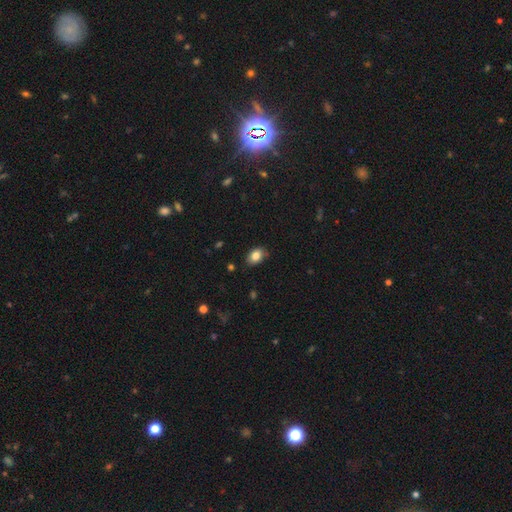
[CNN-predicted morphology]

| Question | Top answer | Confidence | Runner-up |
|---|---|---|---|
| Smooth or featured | smooth | 84% | star or artifact (9%) |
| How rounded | in between | 81% | round (18%) |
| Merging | none | 79% | minor disturbance (16%) |